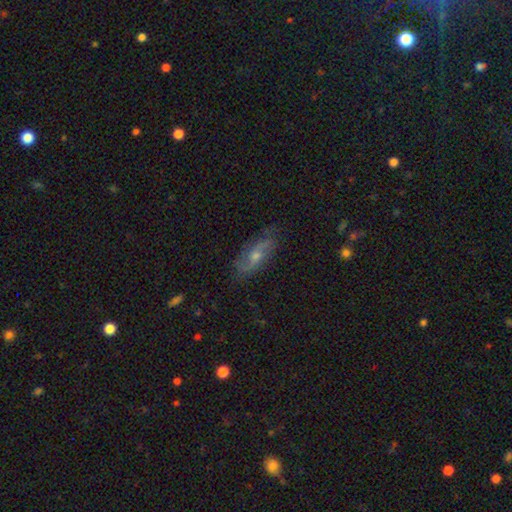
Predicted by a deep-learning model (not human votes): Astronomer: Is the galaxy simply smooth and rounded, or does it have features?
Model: featured or disk — 61%.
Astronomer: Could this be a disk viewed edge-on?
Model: no — 80%.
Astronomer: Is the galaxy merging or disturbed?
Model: none — 78%.